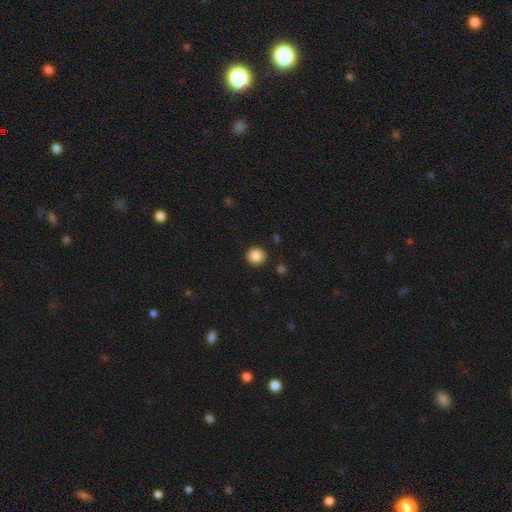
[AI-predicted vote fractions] Smooth or featured? smooth (87%)
How rounded? round (91%)
Merging? none (90%)